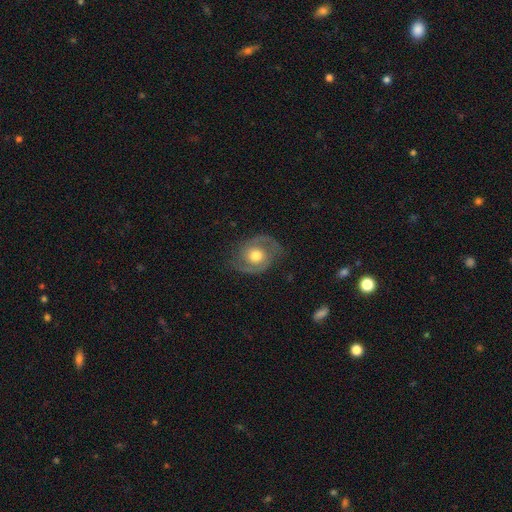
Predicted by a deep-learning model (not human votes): This is clearly a featured or disk galaxy (81%). It is clearly not viewed edge-on (97%). Bar: likely no (72%). Spiral arm pattern: clearly yes (93%). Spiral arm count: clearly 2 (91%). Spiral winding: possibly medium (52%). Central bulge: likely moderate (72%). Merging: likely none (78%).